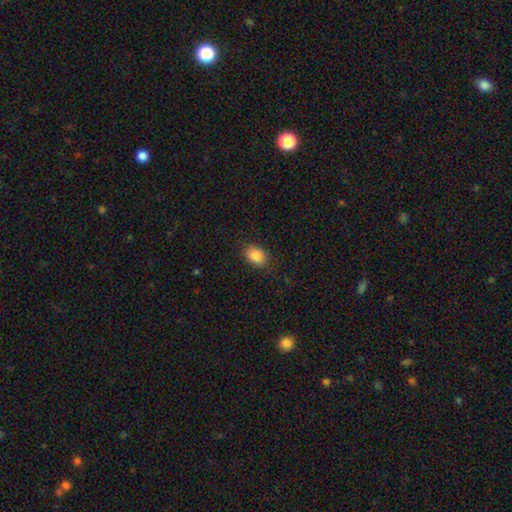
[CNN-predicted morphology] This is clearly a smooth galaxy (86%). How rounded: likely in between (73%). Merging: clearly none (85%).